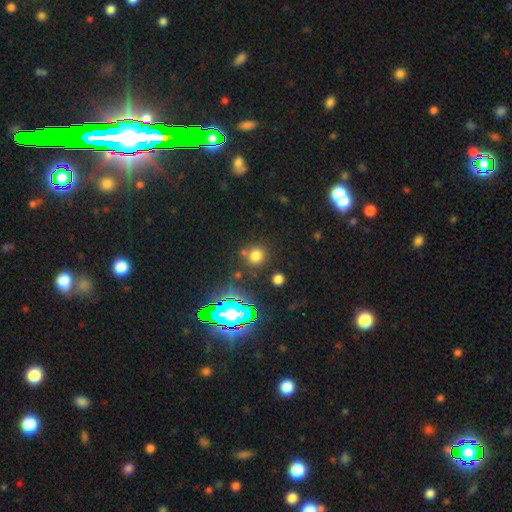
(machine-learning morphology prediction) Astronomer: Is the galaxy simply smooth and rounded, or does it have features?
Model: smooth — 68%.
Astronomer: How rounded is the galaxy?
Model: round — 88%.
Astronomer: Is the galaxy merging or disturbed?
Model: none — 78%.